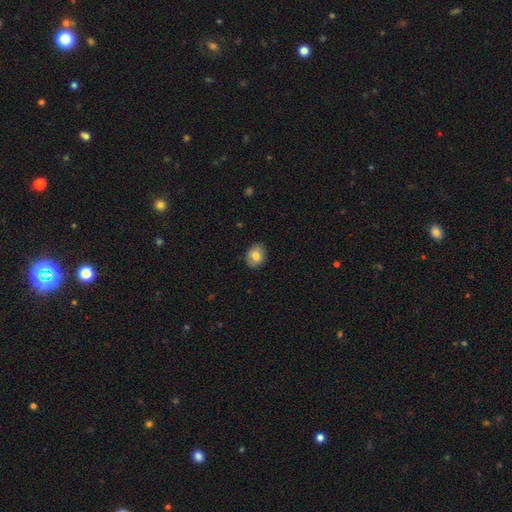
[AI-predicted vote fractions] This appears to be a smooth galaxy with no disk features (77%) that is in between round and cigar-shaped (52%). Merging: none (85%).